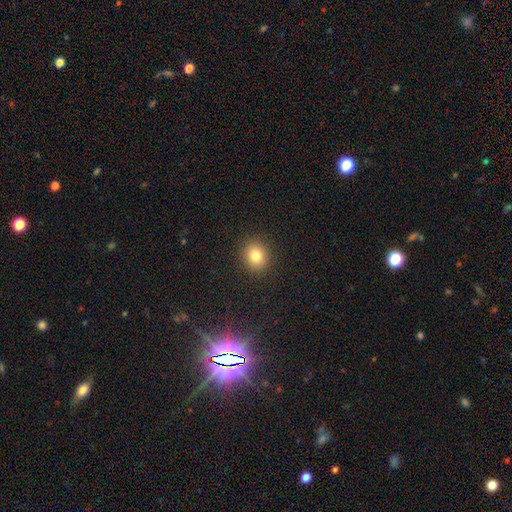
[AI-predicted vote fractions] The model was most divided on "how rounded": round: 74%, in between: 25%, cigar-shaped: 1%. More confident: merging — none (90%); smooth or featured — smooth (82%).